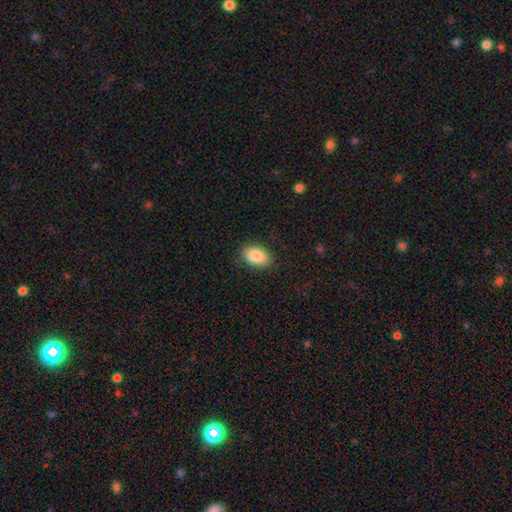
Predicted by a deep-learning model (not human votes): A smooth galaxy with no disk features (87%) that is in between round and cigar-shaped (89%). Merging: none (82%).